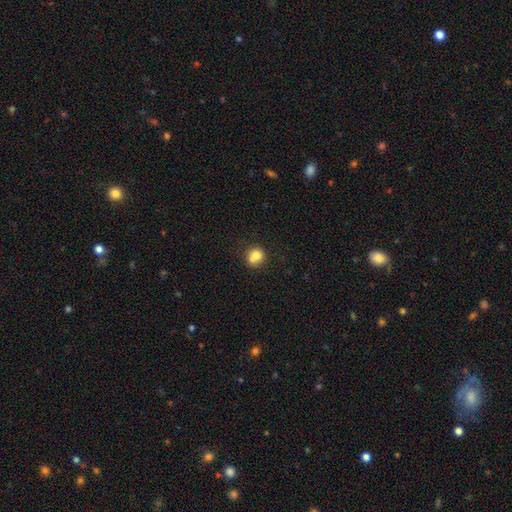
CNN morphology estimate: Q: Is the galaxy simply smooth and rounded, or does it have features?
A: smooth — 74%.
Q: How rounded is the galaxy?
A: round — 81%.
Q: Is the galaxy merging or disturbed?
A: merger — 43%, tied with none.